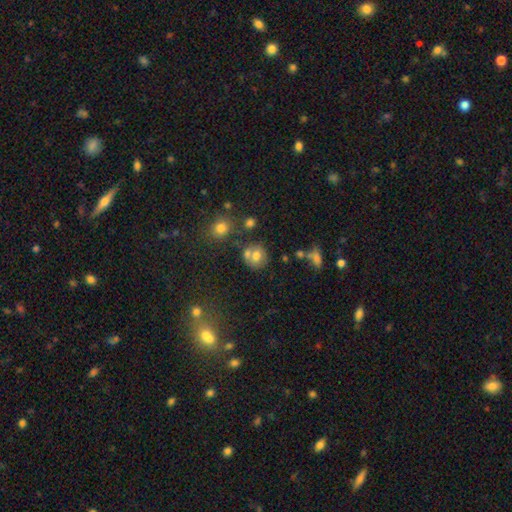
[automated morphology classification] A smooth galaxy with no disk features (69%) that is round (78%).

Vote fractions:
- Smooth or featured? smooth: 69% / featured or disk: 18% / star or artifact: 14%
- How rounded? round: 78% / in between: 21% / cigar-shaped: 1%
- Merging? none: 53% / merger: 30% / minor disturbance: 12% / major disturbance: 5%